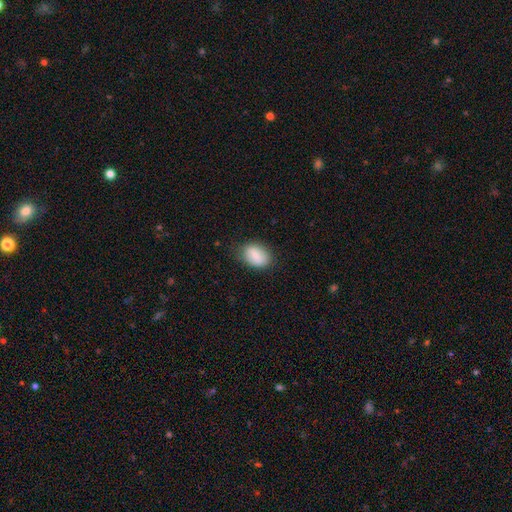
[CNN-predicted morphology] smooth 80%, featured or disk 13%, star or artifact 7%. Down the decision tree: how rounded — in between (83%); merging — none (78%).